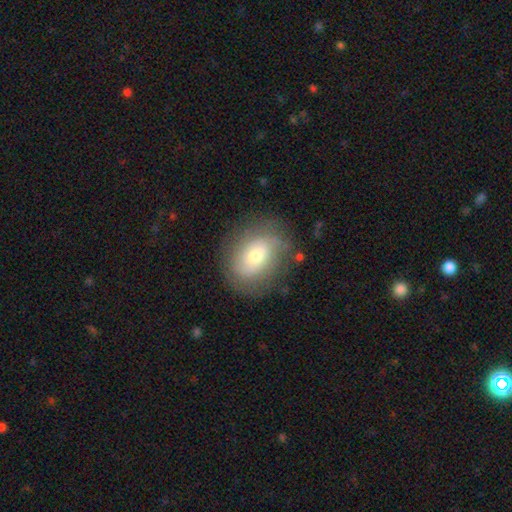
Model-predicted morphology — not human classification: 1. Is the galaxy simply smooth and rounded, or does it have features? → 56% smooth, 35% featured or disk, 9% star or artifact.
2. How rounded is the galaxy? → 62% in between, 37% round, 1% cigar-shaped.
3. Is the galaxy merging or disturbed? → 73% none, 17% minor disturbance, 8% major disturbance, 2% merger.